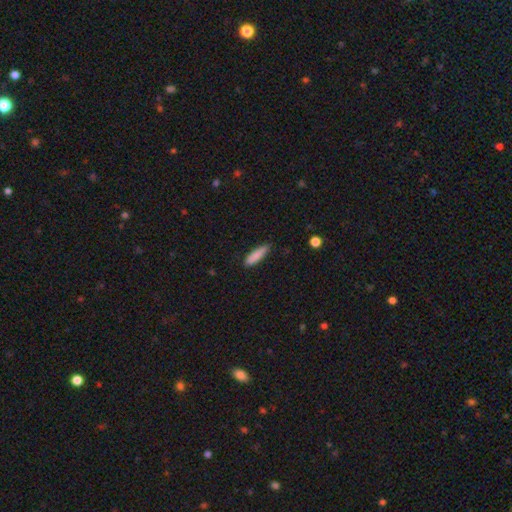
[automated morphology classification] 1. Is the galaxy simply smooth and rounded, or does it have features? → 86% smooth, 8% featured or disk, 6% star or artifact.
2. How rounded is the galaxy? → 70% cigar-shaped, 29% in between, 2% round.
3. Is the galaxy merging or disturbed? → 80% none, 16% minor disturbance, 2% major disturbance, 1% merger.